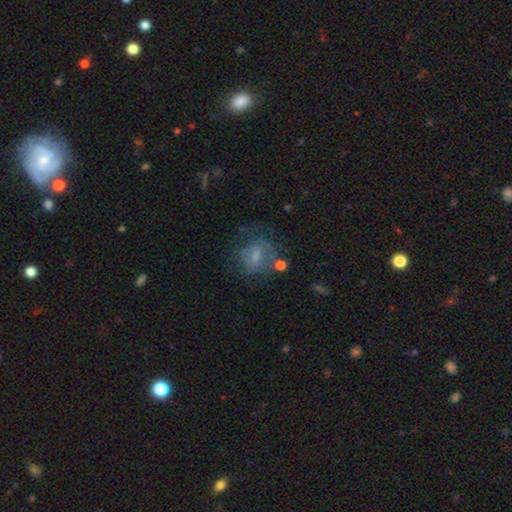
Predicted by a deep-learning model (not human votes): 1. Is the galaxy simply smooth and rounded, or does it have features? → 46% smooth, 41% featured or disk, 12% star or artifact.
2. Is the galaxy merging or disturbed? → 46% none, 24% major disturbance, 22% minor disturbance, 8% merger.